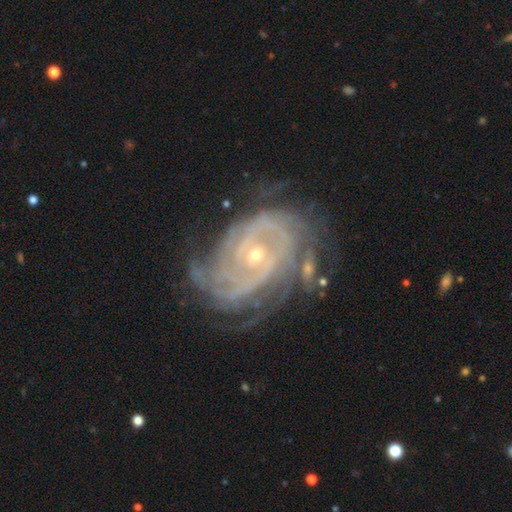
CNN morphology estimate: A featured or disk galaxy (90%) with no bar (61%), tight (72%) spiral arms (97%) and a small central bulge (71%).

Vote fractions:
- Smooth or featured? featured or disk: 90% / star or artifact: 6% / smooth: 4%
- Edge-on disk? no: 97% / yes: 3%
- Bar? no: 61% / weak: 28% / strong: 12%
- Spiral arms? yes: 97% / no: 3%
- Spiral winding? tight: 72% / medium: 23% / loose: 5%
- Spiral arm count? can't tell: 27% / 4: 20% / 3: 18% / 2: 16% / more than 4: 12% / 1: 7%
- Bulge size? small: 71% / moderate: 26% / large: 1% / none: 1% / dominant: 1%
- Merging? none: 59% / minor disturbance: 23% / major disturbance: 14% / merger: 3%